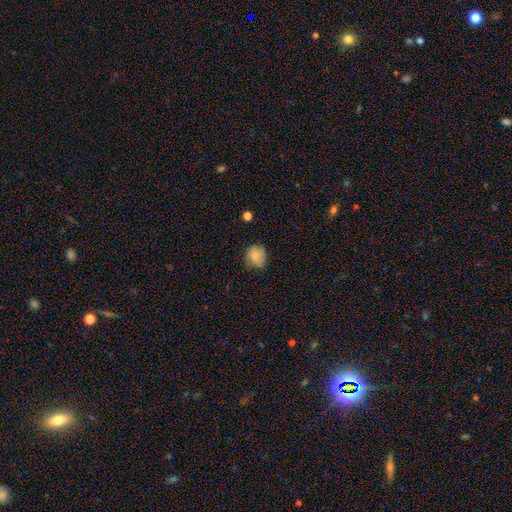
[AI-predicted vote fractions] smooth_or_featured: smooth (p=0.80) [alt: featured or disk p=0.11]
how_rounded: round (p=0.77) [alt: in between p=0.22]
merging: none (p=0.68) [alt: minor disturbance p=0.25]